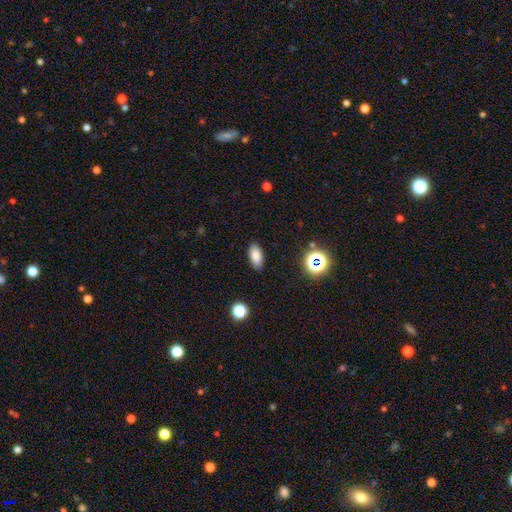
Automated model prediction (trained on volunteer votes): Smooth or featured? smooth (83%)
How rounded? in between (89%)
Merging? none (88%)